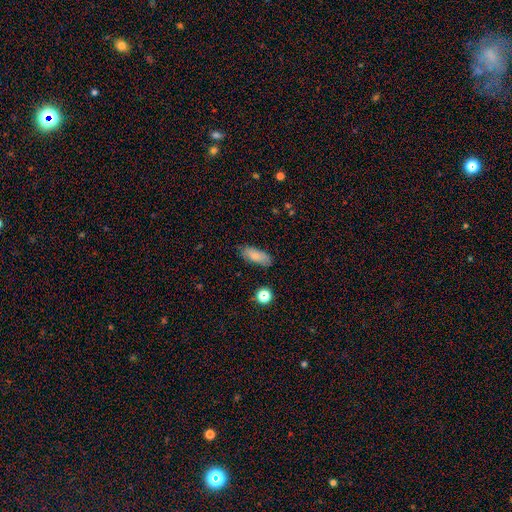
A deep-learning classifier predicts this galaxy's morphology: This appears to be a smooth galaxy with no disk features (81%) that is in between round and cigar-shaped (77%). Merging: none (79%).